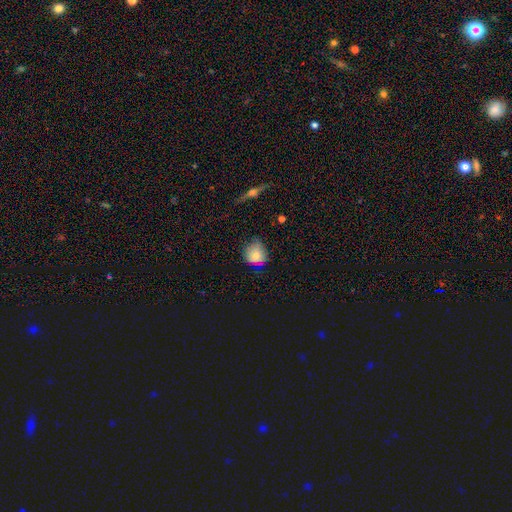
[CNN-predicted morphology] The model was most divided on "merging": none: 58%, minor disturbance: 32%, major disturbance: 7%, merger: 2%. More confident: how rounded — round (80%); smooth or featured — smooth (75%).